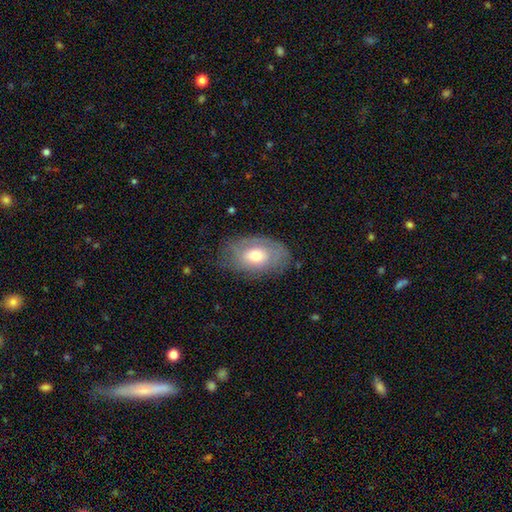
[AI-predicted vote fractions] Smooth or featured? smooth (52%)
How rounded? in between (89%)
Merging? none (66%)